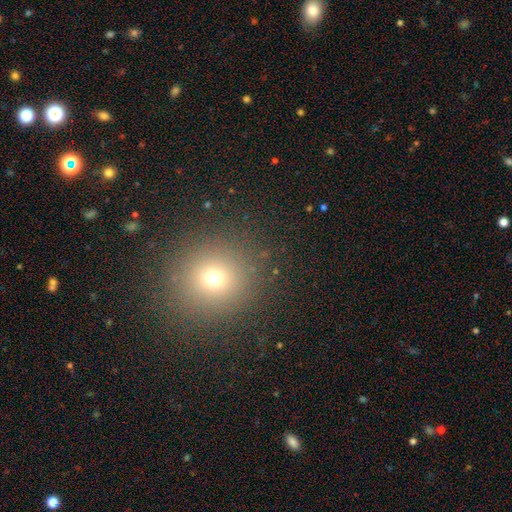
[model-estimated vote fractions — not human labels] The model was most divided on "smooth or featured": smooth: 65%, star or artifact: 27%, featured or disk: 8%. More confident: merging — none (90%); how rounded — round (89%).